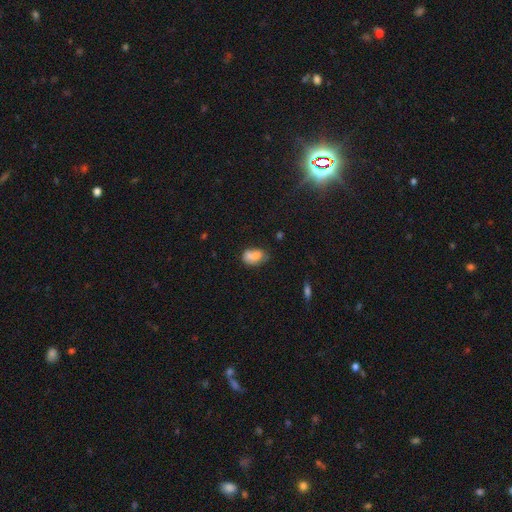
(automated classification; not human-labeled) Smooth or featured?
  - smooth: 72% *
  - featured or disk: 19%
  - star or artifact: 10%
How rounded?
  - in between: 84% *
  - round: 14%
  - cigar-shaped: 2%
Merging?
  - none: 39% *
  - minor disturbance: 29%
  - merger: 19%
  - major disturbance: 13%